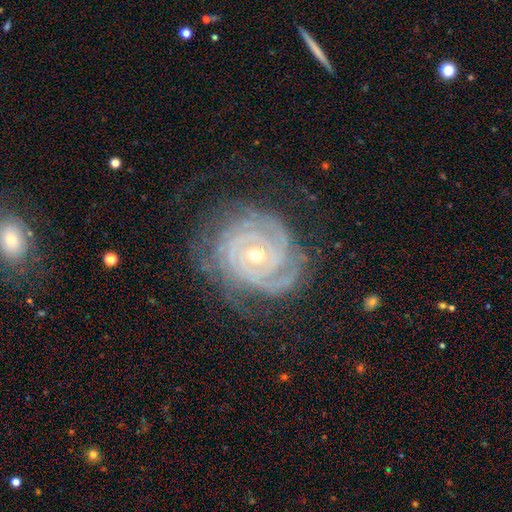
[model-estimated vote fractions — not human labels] Smooth or featured?
  - featured or disk: 90% *
  - star or artifact: 5%
  - smooth: 4%
Edge-on disk?
  - no: 97% *
  - yes: 3%
Bar?
  - no: 72% *
  - weak: 20%
  - strong: 8%
Spiral arms?
  - yes: 97% *
  - no: 3%
Spiral winding?
  - tight: 83% *
  - medium: 14%
  - loose: 3%
Spiral arm count?
  - 3: 25% *
  - can't tell: 22%
  - 2: 22%
  - 4: 16%
  - more than 4: 9%
  - 1: 7%
Bulge size?
  - small: 53% *
  - moderate: 44%
  - large: 1%
  - none: 1%
  - dominant: 1%
Merging?
  - none: 69% *
  - minor disturbance: 20%
  - major disturbance: 10%
  - merger: 1%